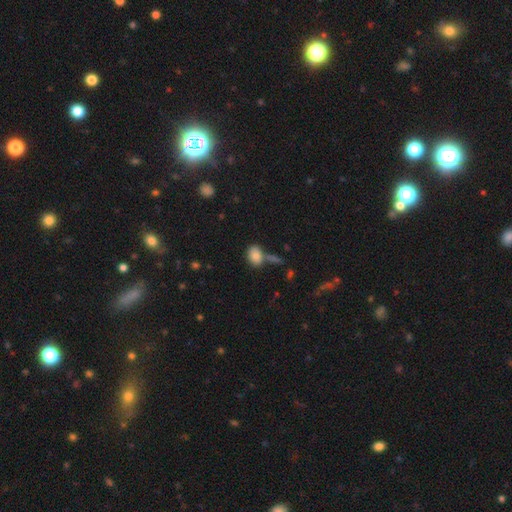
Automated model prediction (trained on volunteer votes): smooth_or_featured: smooth (p=0.83) [alt: star or artifact p=0.09]
how_rounded: in between (p=0.79) [alt: round p=0.19]
merging: none (p=0.54) [alt: merger p=0.24]